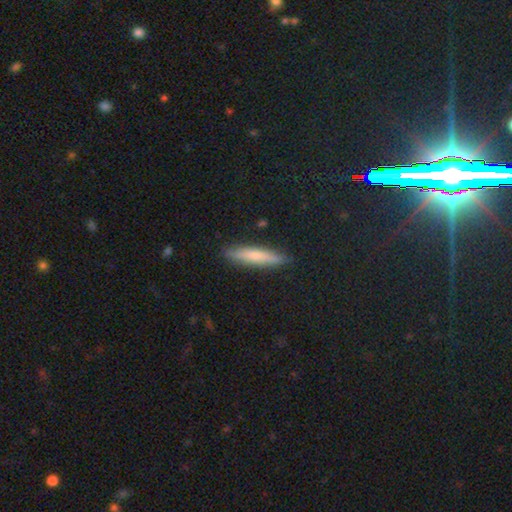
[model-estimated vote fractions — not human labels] Q: Smooth or featured?
A: smooth (67%); runner-up: featured or disk (26%)
Q: How rounded?
A: cigar-shaped (88%); runner-up: in between (10%)
Q: Merging?
A: none (89%); runner-up: minor disturbance (8%)